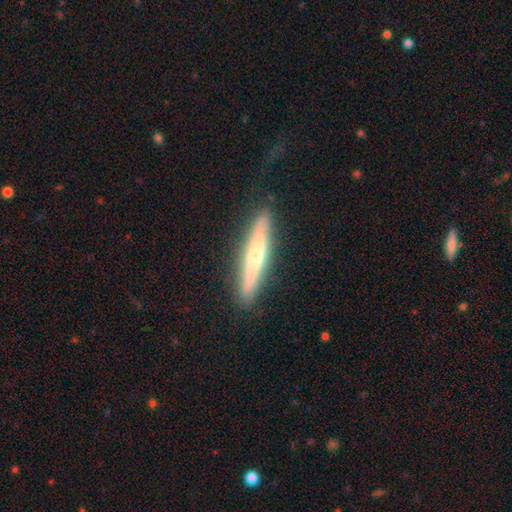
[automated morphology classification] Smooth or featured: smooth — 49% (featured or disk — 44%)
Merging: none — 86% (minor disturbance — 10%)